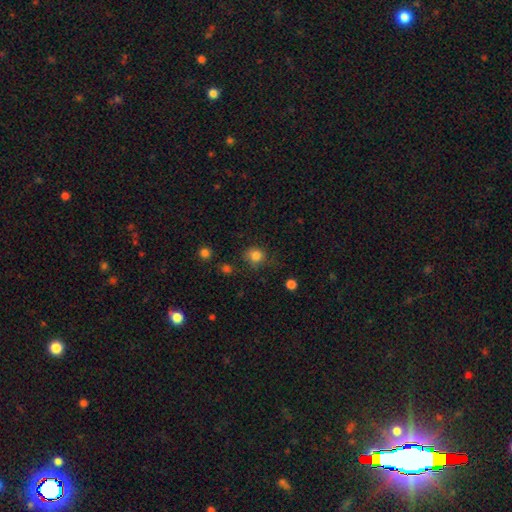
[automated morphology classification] Smooth or featured? Predicted: smooth (p=0.83). How rounded? Predicted: round (p=0.82). Merging? Predicted: none (p=0.73).